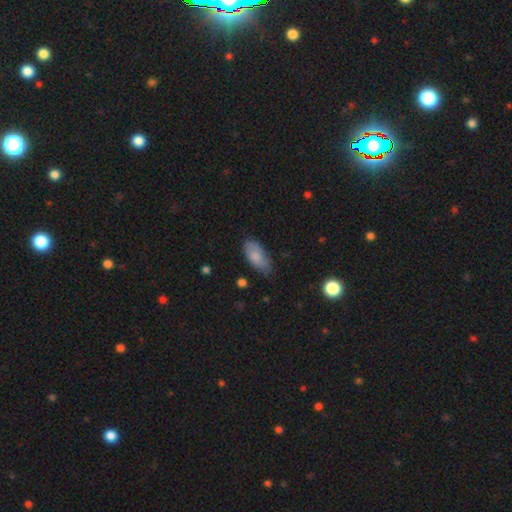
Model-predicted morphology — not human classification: A smooth galaxy with no disk features (76%) that is in between round and cigar-shaped (91%). Merging: none (63%).